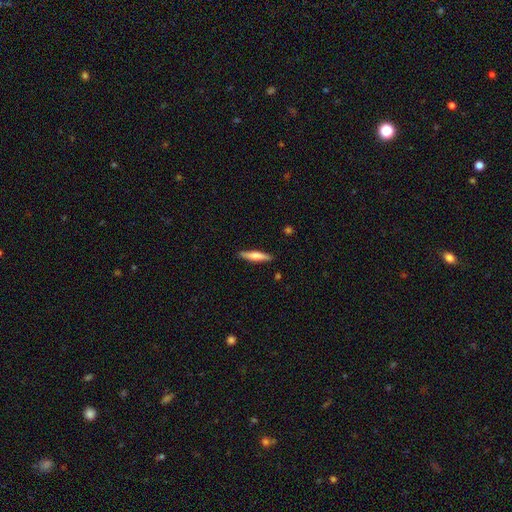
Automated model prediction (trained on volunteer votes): This appears to be a smooth galaxy with no disk features (64%) that is cigar-shaped (86%). Merging: none (89%).